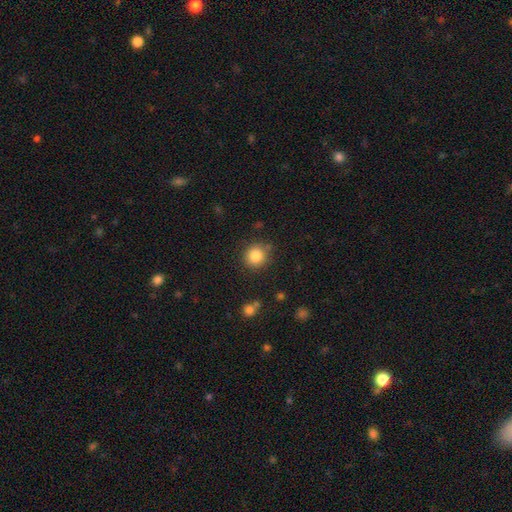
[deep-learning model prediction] smooth-or-featured: smooth: 84% | star or artifact: 10% | featured or disk: 6%
  how-rounded: round: 91% | in between: 8% | cigar-shaped: 1%
  merging: none: 85% | minor disturbance: 10% | major disturbance: 3% | merger: 3%